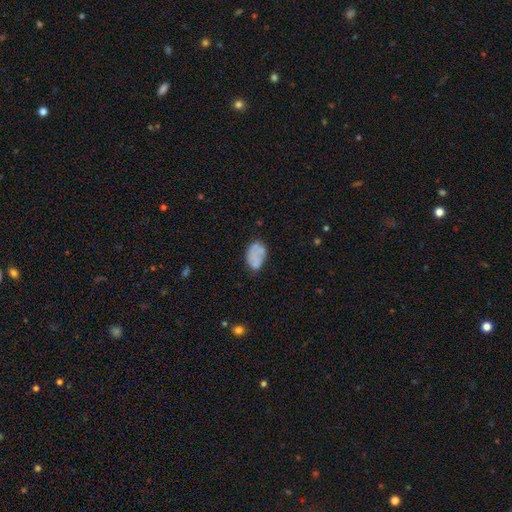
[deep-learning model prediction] Smooth or featured?
  - smooth: 67% *
  - featured or disk: 24%
  - star or artifact: 9%
How rounded?
  - in between: 89% *
  - round: 10%
  - cigar-shaped: 2%
Merging?
  - none: 49% *
  - minor disturbance: 30%
  - major disturbance: 13%
  - merger: 8%